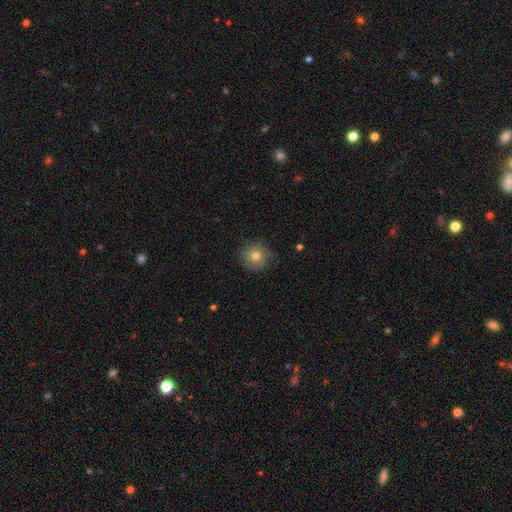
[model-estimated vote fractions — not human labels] Morphology: type=smooth (61%); roundness=round (91%); merging=none (76%).